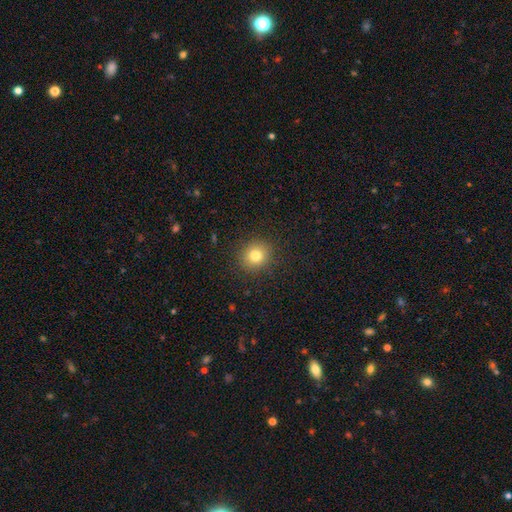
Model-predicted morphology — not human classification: smooth-or-featured: smooth: 79% | star or artifact: 13% | featured or disk: 8%
  how-rounded: round: 86% | in between: 13% | cigar-shaped: 1%
  merging: none: 89% | minor disturbance: 7% | major disturbance: 3% | merger: 1%